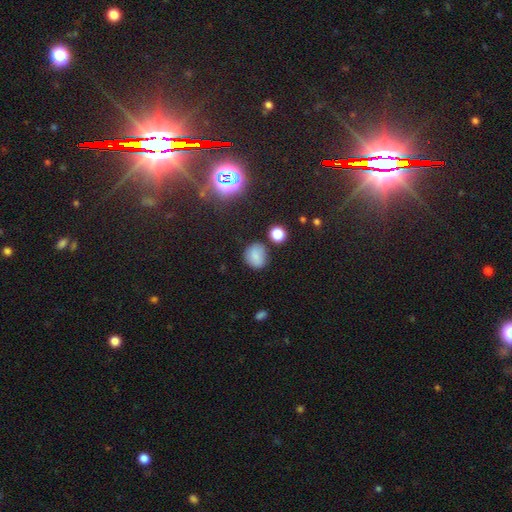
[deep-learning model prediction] This appears to be a smooth galaxy with no disk features (78%) that is round (70%). Merging: none (75%).